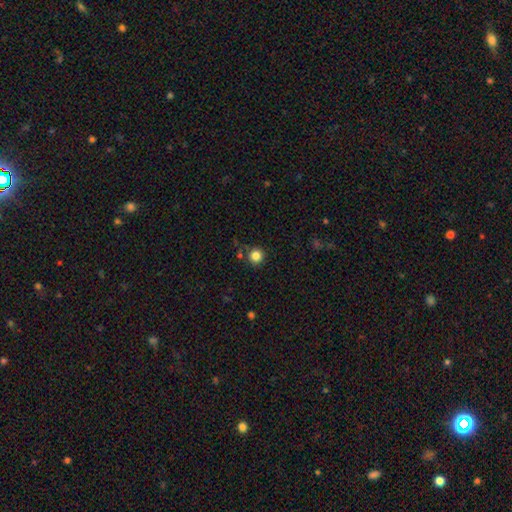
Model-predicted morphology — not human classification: smooth-or-featured: smooth: 83% | star or artifact: 12% | featured or disk: 5%
  how-rounded: round: 95% | in between: 4% | cigar-shaped: 1%
  merging: none: 86% | minor disturbance: 8% | merger: 4% | major disturbance: 3%